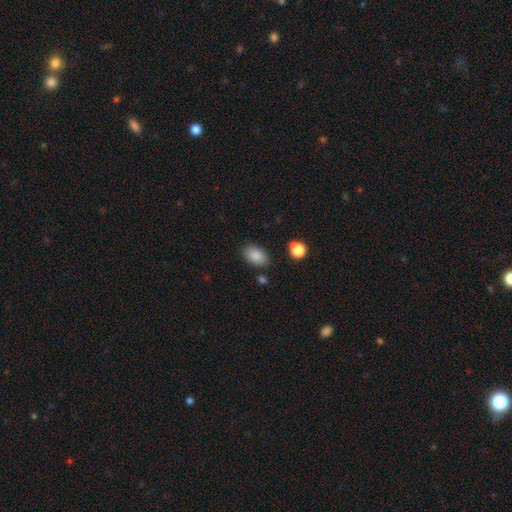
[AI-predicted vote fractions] smooth 87%, star or artifact 8%, featured or disk 5%. Down the decision tree: how rounded — in between (90%); merging — none (82%).